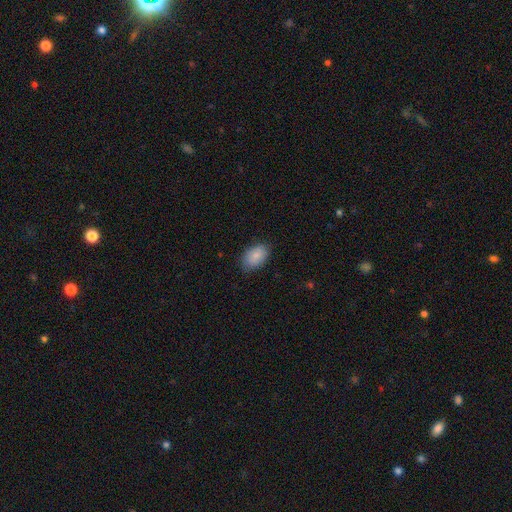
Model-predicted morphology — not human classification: smooth 86%, featured or disk 8%, star or artifact 7%. Down the decision tree: how rounded — in between (90%); merging — none (81%).